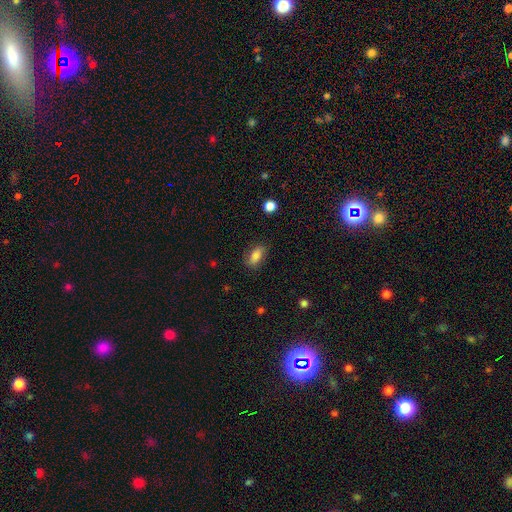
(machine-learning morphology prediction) This is clearly a smooth galaxy (82%). How rounded: clearly in between (86%). Merging: clearly none (81%).